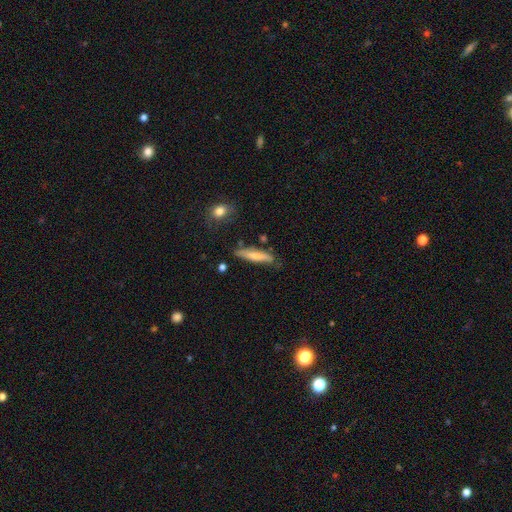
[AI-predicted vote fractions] This appears to be a smooth galaxy with no disk features (69%) that is cigar-shaped (86%). Merging: none (71%).